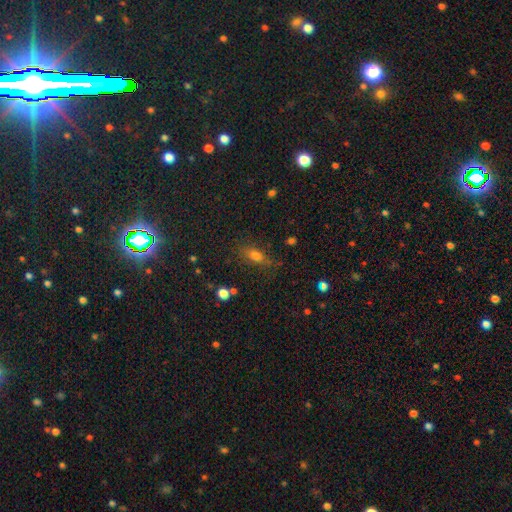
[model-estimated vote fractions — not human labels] Overall: smooth (71%). How rounded: in between (71%). Merging: none (70%).